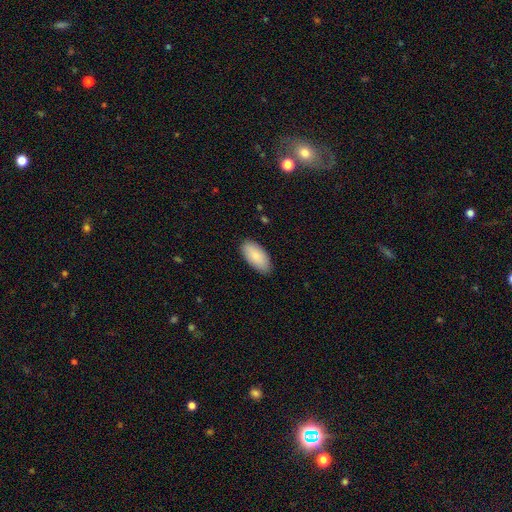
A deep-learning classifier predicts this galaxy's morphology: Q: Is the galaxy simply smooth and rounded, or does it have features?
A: smooth — 86%.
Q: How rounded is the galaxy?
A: in between — 93%.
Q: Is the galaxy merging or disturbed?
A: none — 86%.